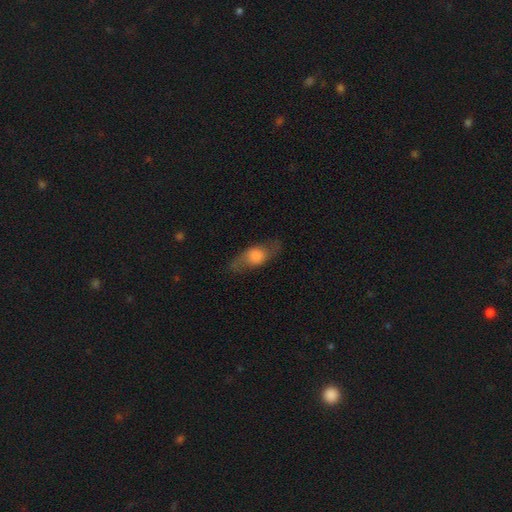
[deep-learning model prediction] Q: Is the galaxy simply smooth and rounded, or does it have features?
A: smooth — 53%.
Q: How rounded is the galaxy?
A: in between — 66%.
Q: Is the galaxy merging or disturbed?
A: none — 74%.